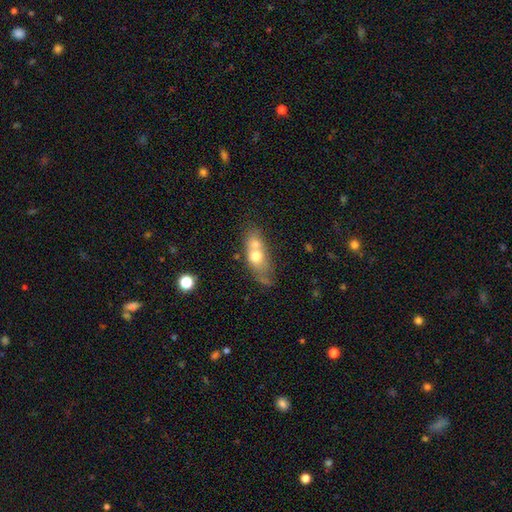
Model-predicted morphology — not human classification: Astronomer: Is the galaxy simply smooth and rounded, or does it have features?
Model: smooth — 59%.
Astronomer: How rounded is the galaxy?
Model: in between — 66%.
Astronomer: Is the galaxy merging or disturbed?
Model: merger — 51% (runner-up: none, 29%).